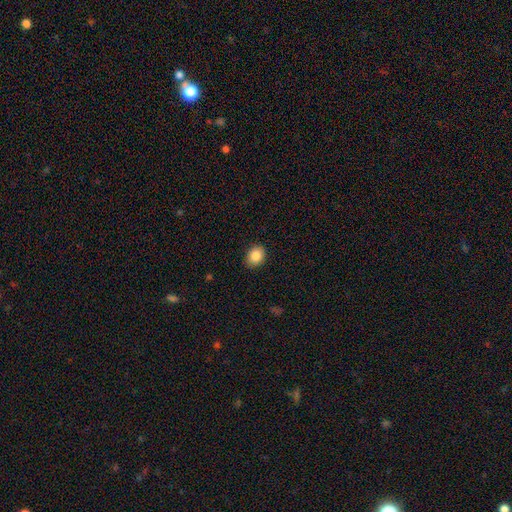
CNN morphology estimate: A smooth galaxy with no disk features (86%) that is in between round and cigar-shaped (60%). Merging: none (88%).